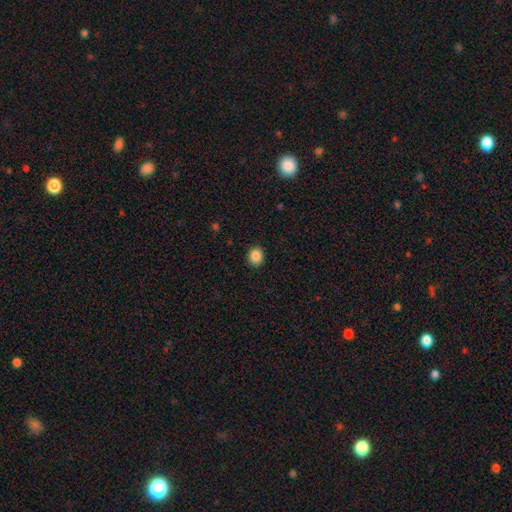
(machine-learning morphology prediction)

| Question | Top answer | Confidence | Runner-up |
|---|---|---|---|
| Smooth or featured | smooth | 87% | star or artifact (10%) |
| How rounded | round | 73% | in between (26%) |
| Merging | none | 91% | minor disturbance (7%) |